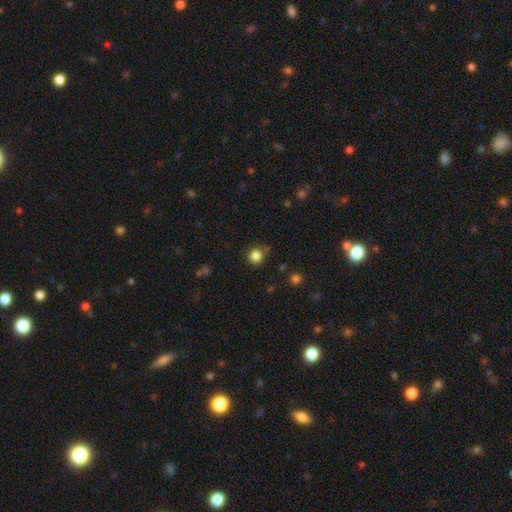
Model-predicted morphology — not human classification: A smooth galaxy with no disk features (83%) that is round (91%).

Vote fractions:
- Smooth or featured? smooth: 83% / star or artifact: 12% / featured or disk: 5%
- How rounded? round: 91% / in between: 8% / cigar-shaped: 1%
- Merging? none: 79% / minor disturbance: 14% / major disturbance: 4% / merger: 3%